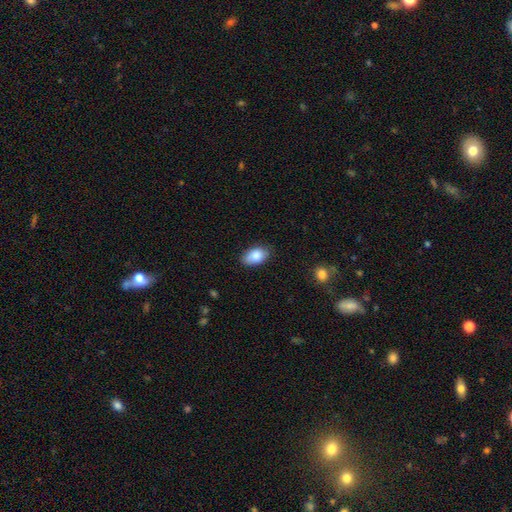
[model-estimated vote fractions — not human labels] Smooth or featured?
  - smooth: 86% *
  - star or artifact: 7%
  - featured or disk: 7%
How rounded?
  - in between: 91% *
  - round: 7%
  - cigar-shaped: 2%
Merging?
  - none: 78% *
  - minor disturbance: 18%
  - major disturbance: 3%
  - merger: 1%